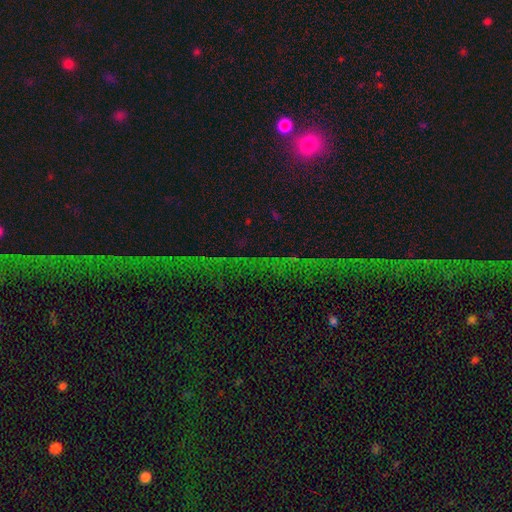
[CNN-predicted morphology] This is likely a star or artifact rather than a galaxy (70%).